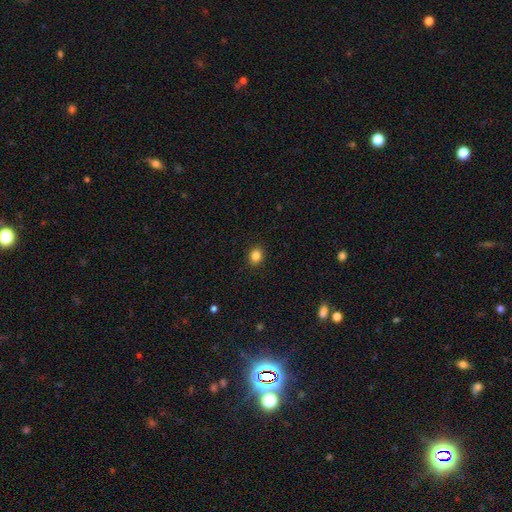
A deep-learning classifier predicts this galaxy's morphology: smooth_or_featured: smooth (p=0.85) [alt: star or artifact p=0.11]
how_rounded: round (p=0.58) [alt: in between p=0.41]
merging: none (p=0.90) [alt: minor disturbance p=0.07]